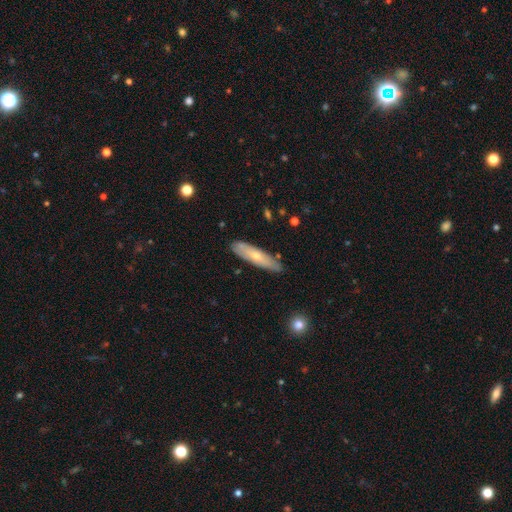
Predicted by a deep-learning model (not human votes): Smooth or featured?
  - smooth: 53% *
  - featured or disk: 42%
  - star or artifact: 6%
How rounded?
  - cigar-shaped: 74% *
  - in between: 25%
  - round: 2%
Merging?
  - none: 80% *
  - minor disturbance: 16%
  - major disturbance: 2%
  - merger: 2%